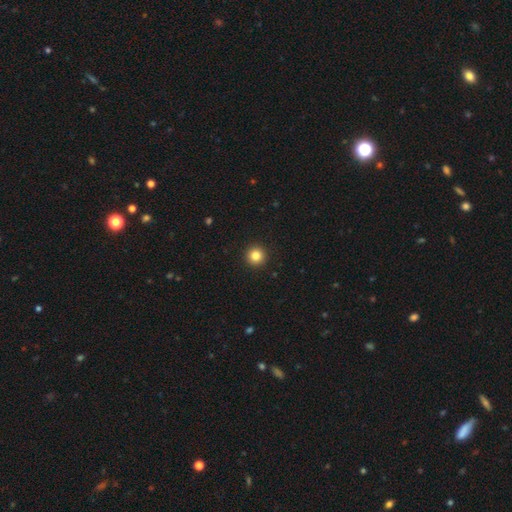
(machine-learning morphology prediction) This appears to be a smooth galaxy with no disk features (83%) that is round (96%). Merging: none (94%).